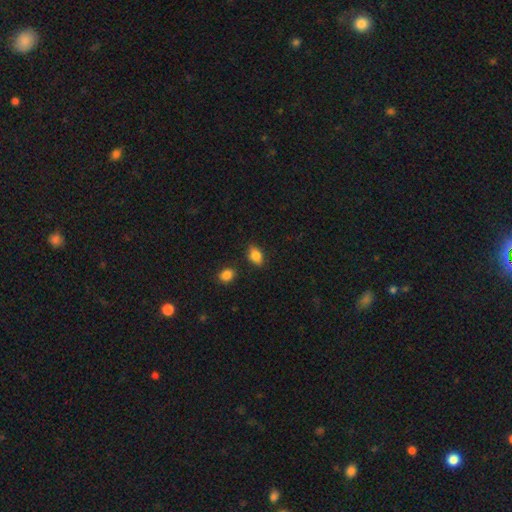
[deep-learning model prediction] Morphology: type=smooth (84%); roundness=in between (82%); merging=none (80%).